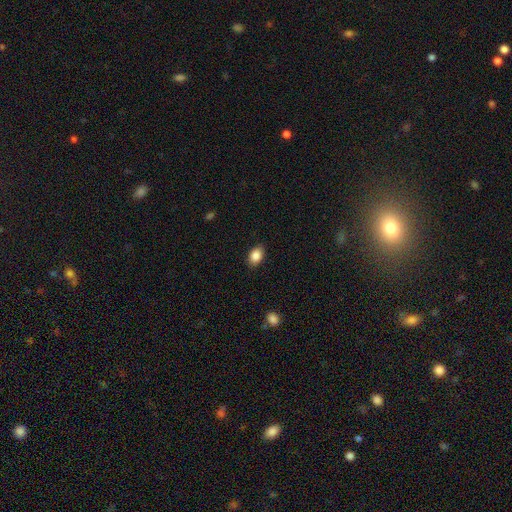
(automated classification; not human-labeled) Overall: smooth (87%). How rounded: in between (82%). Merging: none (86%).